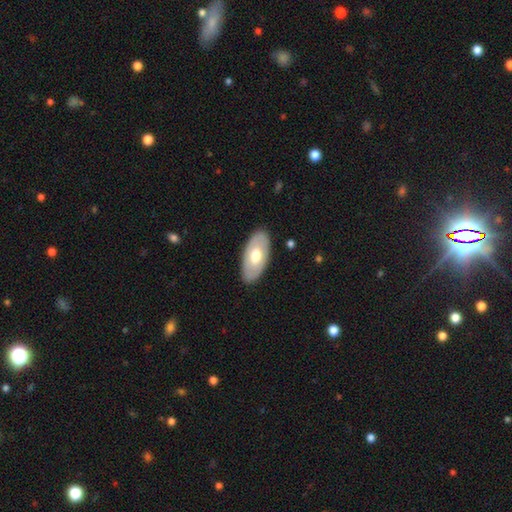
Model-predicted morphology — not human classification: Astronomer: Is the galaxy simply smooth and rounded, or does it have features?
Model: smooth — 53% (runner-up: featured or disk, 42%).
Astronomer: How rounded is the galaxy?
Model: in between — 93%.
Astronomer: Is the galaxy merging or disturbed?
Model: none — 87%.